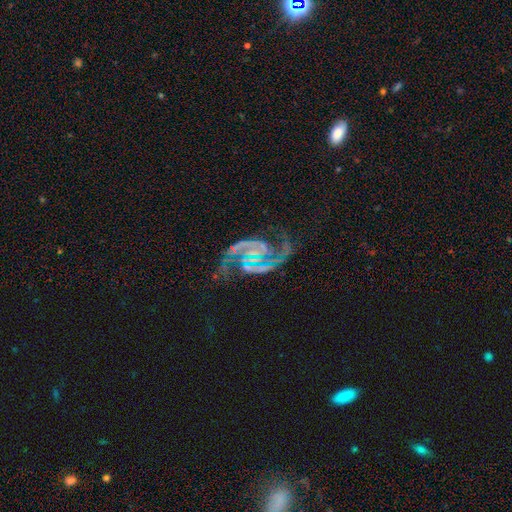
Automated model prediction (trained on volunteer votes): This appears to be a featured or disk galaxy (89%) with a weak bar (39%), 2 (86%) medium (54%) spiral arms (97%) and a small central bulge (53%). Merging: none (57%).